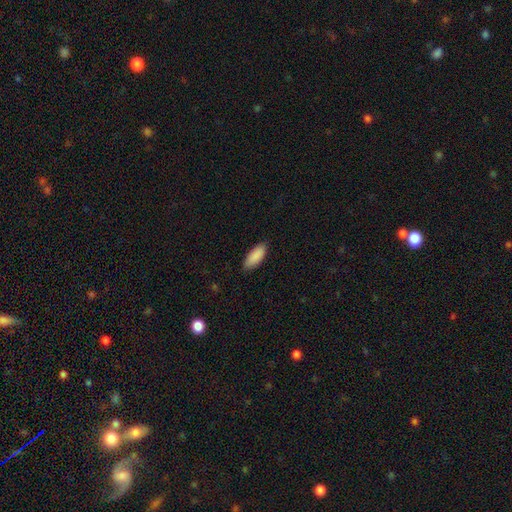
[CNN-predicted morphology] A smooth galaxy with no disk features (90%) that is in between round and cigar-shaped (78%).

Vote fractions:
- Smooth or featured? smooth: 90% / star or artifact: 6% / featured or disk: 4%
- How rounded? in between: 78% / cigar-shaped: 20% / round: 2%
- Merging? none: 85% / minor disturbance: 12% / major disturbance: 2% / merger: 1%